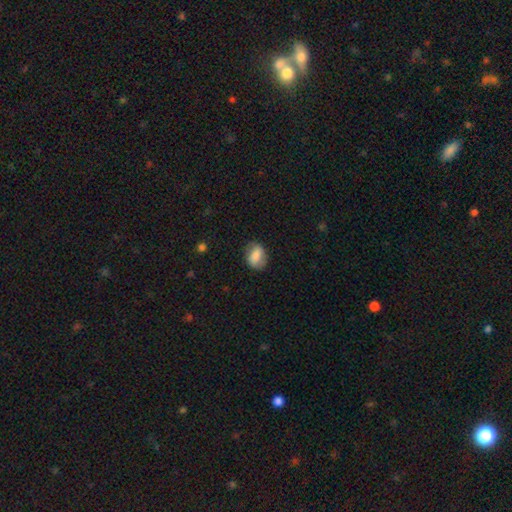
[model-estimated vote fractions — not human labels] Smooth or featured? Predicted: smooth (p=0.77). How rounded? Predicted: in between (p=0.71). Merging? Predicted: none (p=0.73).